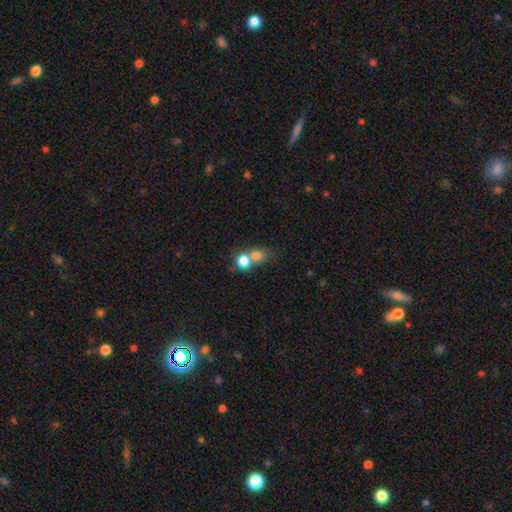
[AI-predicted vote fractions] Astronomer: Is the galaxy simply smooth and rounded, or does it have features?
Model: smooth — 75%.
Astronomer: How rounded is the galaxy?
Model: round — 72%.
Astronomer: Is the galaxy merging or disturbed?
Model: merger — 58%.